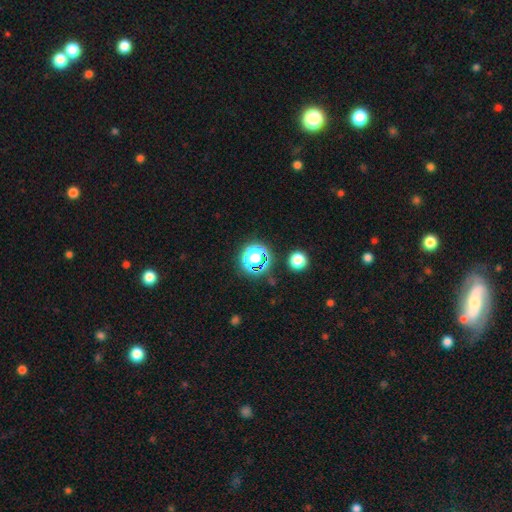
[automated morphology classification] A star or artifact, not a galaxy (48%).

Vote fractions:
- Smooth or featured? star or artifact: 48% / smooth: 41% / featured or disk: 11%